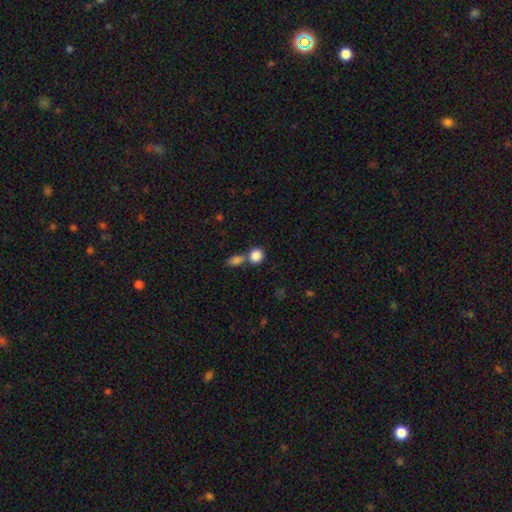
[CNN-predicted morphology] Q: Smooth or featured?
A: smooth (86%); runner-up: star or artifact (9%)
Q: How rounded?
A: round (80%); runner-up: in between (19%)
Q: Merging?
A: none (49%); runner-up: merger (39%)